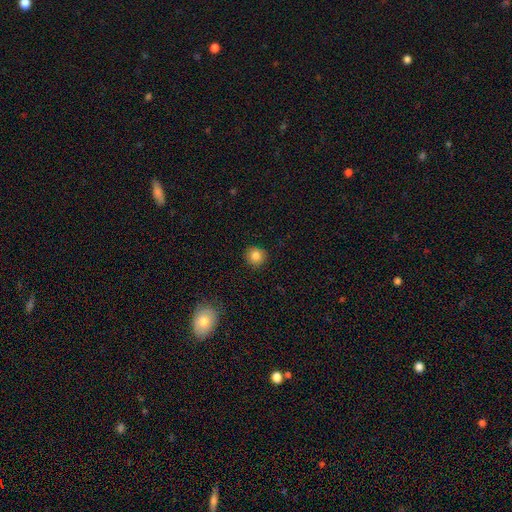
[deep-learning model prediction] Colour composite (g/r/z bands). It shows a smooth galaxy with no disk features (84%) that is round (93%). Merging: none (91%).